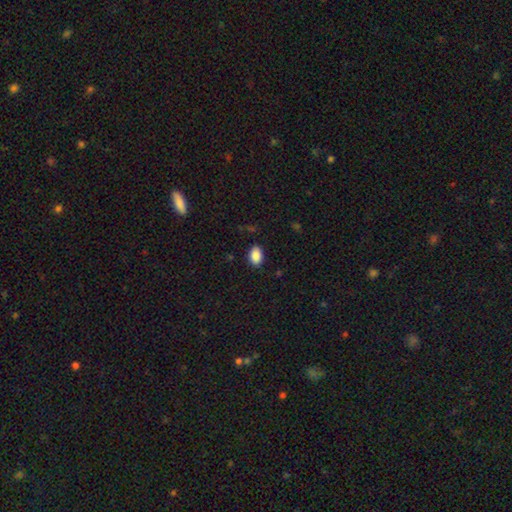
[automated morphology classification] The model was most divided on "how rounded": in between: 85%, round: 14%, cigar-shaped: 1%. More confident: smooth or featured — smooth (89%); merging — none (87%).